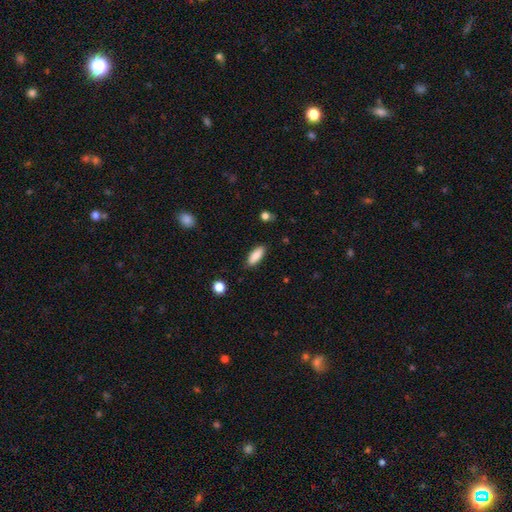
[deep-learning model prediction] This is clearly a smooth galaxy (85%). How rounded: likely in between (71%). Merging: clearly none (86%).